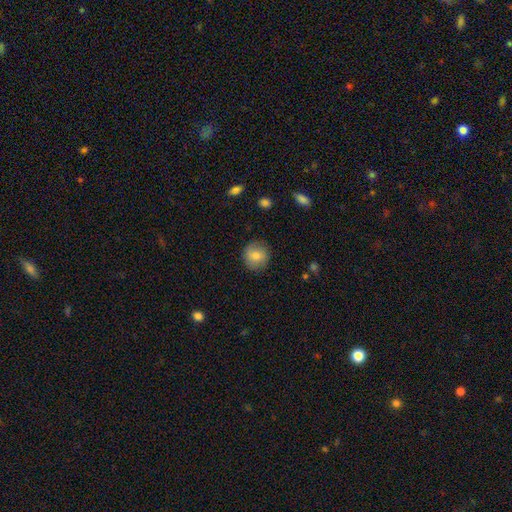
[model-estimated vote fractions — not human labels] Smooth or featured? Predicted: smooth (p=0.78). How rounded? Predicted: round (p=0.91). Merging? Predicted: none (p=0.87).